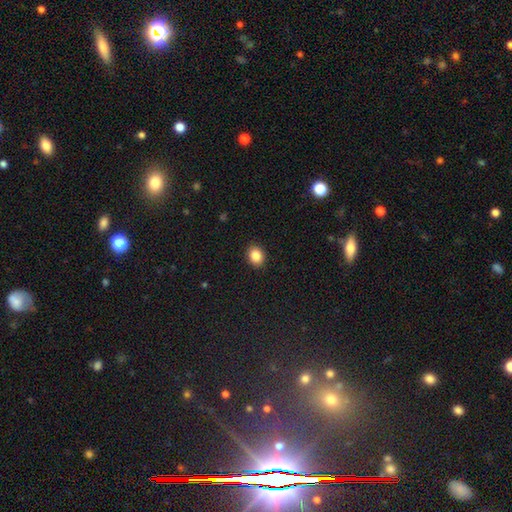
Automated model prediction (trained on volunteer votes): Morphology: type=smooth (86%); roundness=round (51%); merging=none (91%).